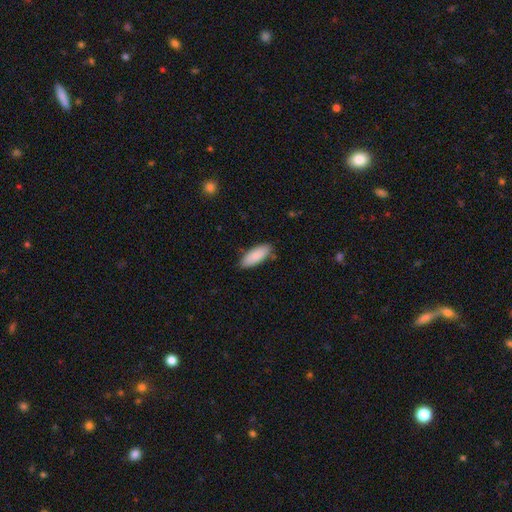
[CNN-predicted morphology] smooth 88%, featured or disk 6%, star or artifact 6%. Down the decision tree: how rounded — in between (75%); merging — none (81%).